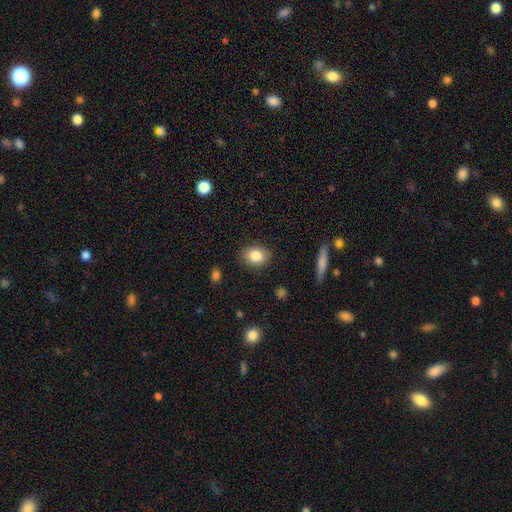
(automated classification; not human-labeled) Morphology: type=smooth (84%); roundness=in between (59%); merging=none (87%).